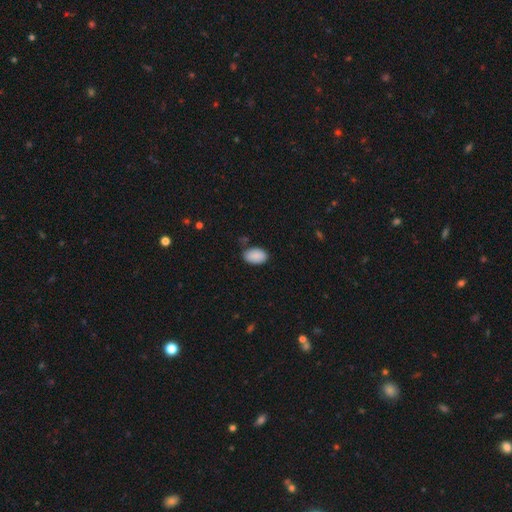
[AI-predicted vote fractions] This appears to be a smooth galaxy with no disk features (89%) that is in between round and cigar-shaped (93%). Merging: none (80%).